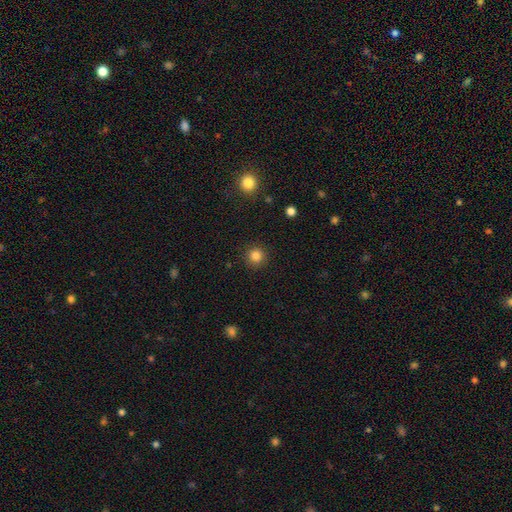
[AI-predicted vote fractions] Smooth or featured? Predicted: smooth (p=0.84). How rounded? Predicted: round (p=0.94). Merging? Predicted: none (p=0.91).